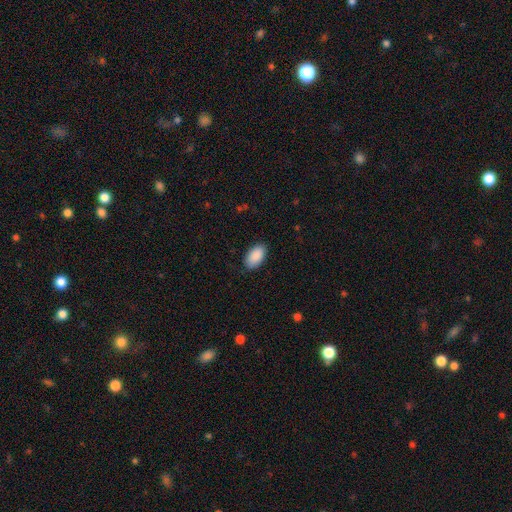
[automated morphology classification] This is clearly a smooth galaxy (90%). How rounded: clearly in between (95%). Merging: clearly none (86%).